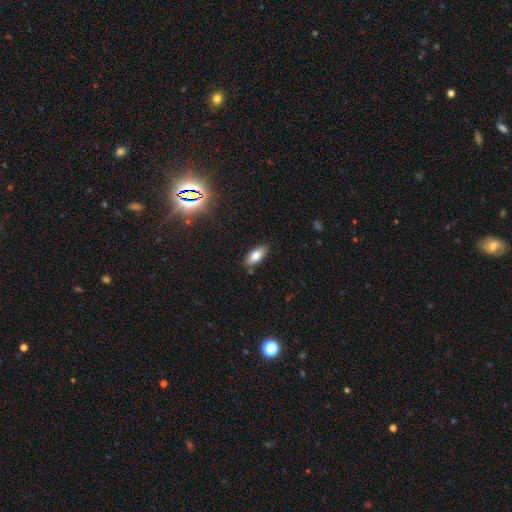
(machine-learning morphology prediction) This is likely a smooth galaxy (73%). How rounded: clearly in between (84%). Merging: clearly none (84%).